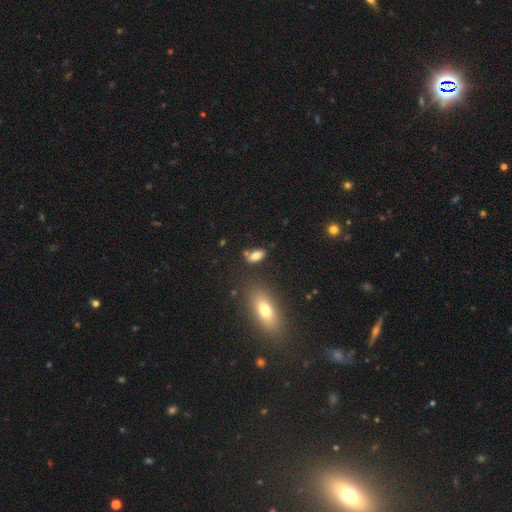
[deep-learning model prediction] smooth 80%, star or artifact 10%, featured or disk 10%. Down the decision tree: how rounded — in between (87%); merging — none (67%).